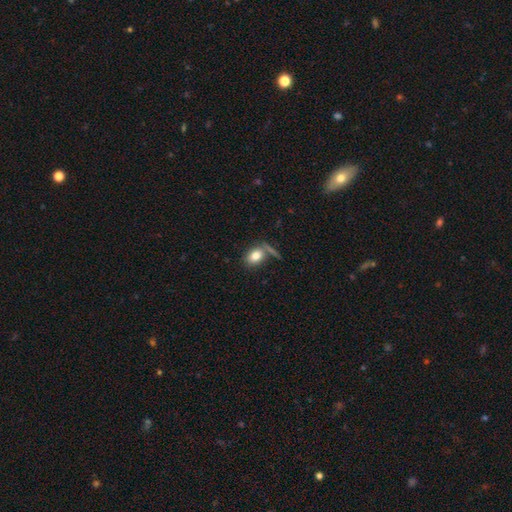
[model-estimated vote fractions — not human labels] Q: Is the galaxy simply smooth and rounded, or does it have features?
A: smooth — 80%.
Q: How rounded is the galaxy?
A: in between — 79%.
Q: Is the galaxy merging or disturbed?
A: none — 59%.